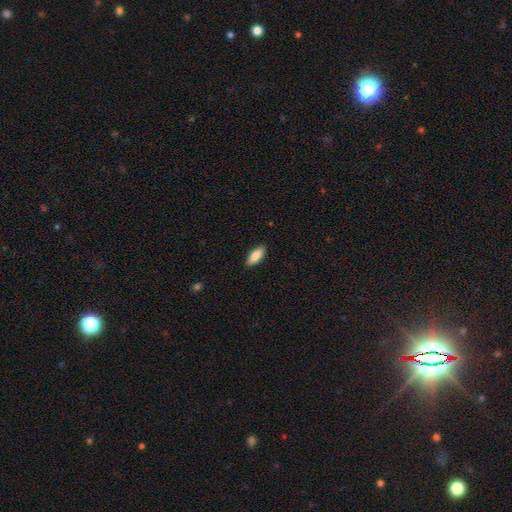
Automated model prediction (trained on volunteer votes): This appears to be a smooth galaxy with no disk features (85%) that is in between round and cigar-shaped (79%). Merging: none (87%).